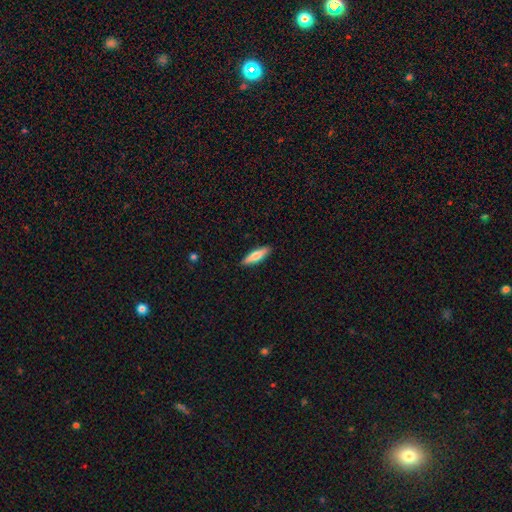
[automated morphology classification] Smooth or featured? smooth (70%)
How rounded? cigar-shaped (70%)
Merging? none (90%)